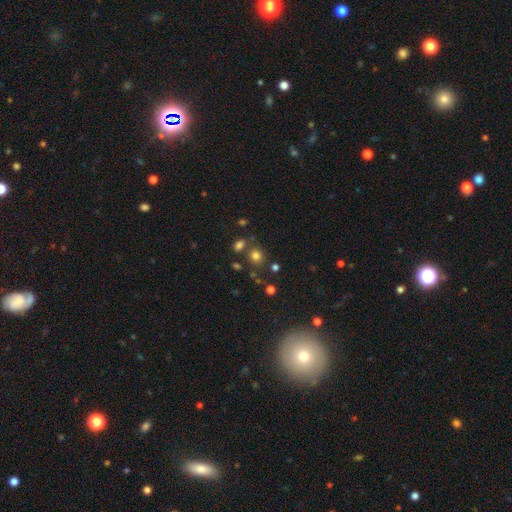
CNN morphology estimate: This is likely a smooth galaxy (75%). How rounded: likely round (72%). Merging: likely none (70%).